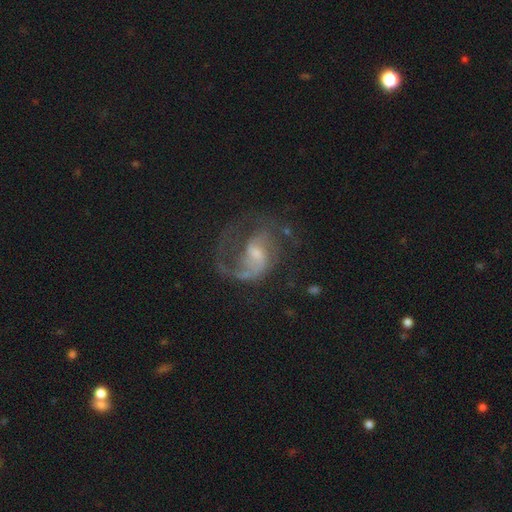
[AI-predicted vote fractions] This appears to be a featured or disk galaxy (85%) with a weak bar (50%), 2 (49%) medium (49%) spiral arms (94%) and a small central bulge (53%). Merging: none (52%).